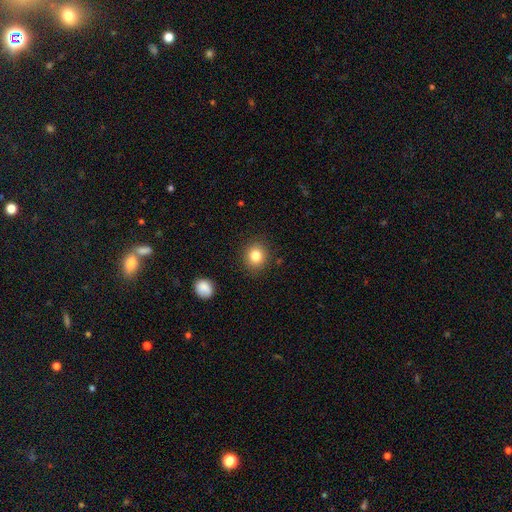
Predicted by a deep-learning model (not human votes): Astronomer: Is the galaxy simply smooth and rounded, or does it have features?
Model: smooth — 82%.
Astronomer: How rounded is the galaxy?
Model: round — 77%.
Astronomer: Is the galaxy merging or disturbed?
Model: none — 87%.